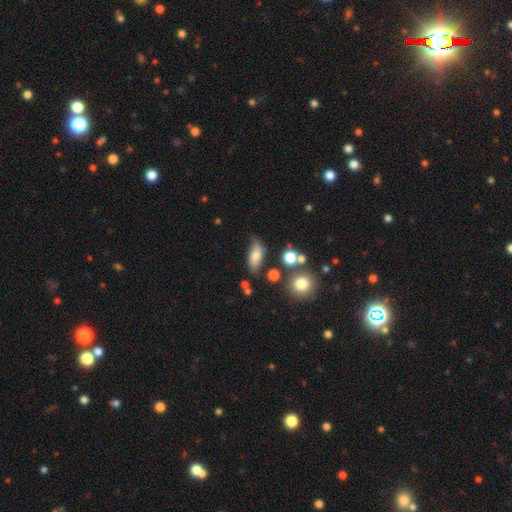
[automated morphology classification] type=smooth (70%); roundness=in between (78%); merging=none (60%).